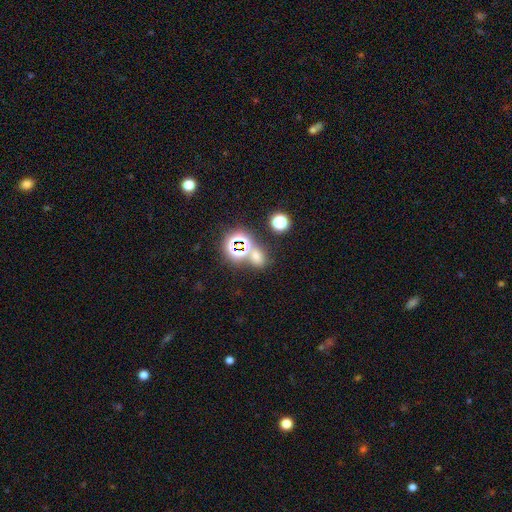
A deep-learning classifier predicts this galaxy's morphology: smooth 51%, star or artifact 41%, featured or disk 8%. Down the decision tree: how rounded — in between (54%); merging — none (62%).